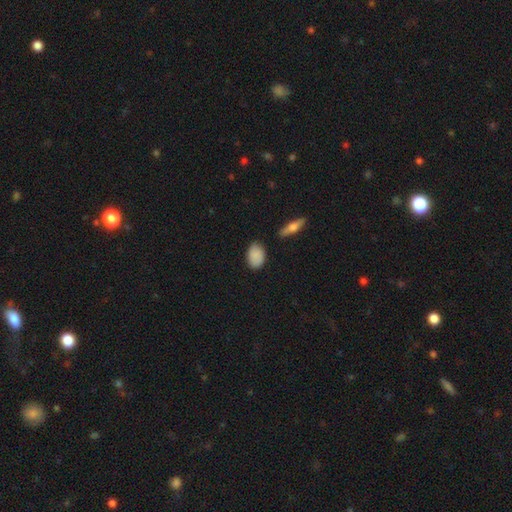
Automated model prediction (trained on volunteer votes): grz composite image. It shows a smooth galaxy with no disk features (86%) that is in between round and cigar-shaped (87%). Merging: none (79%).